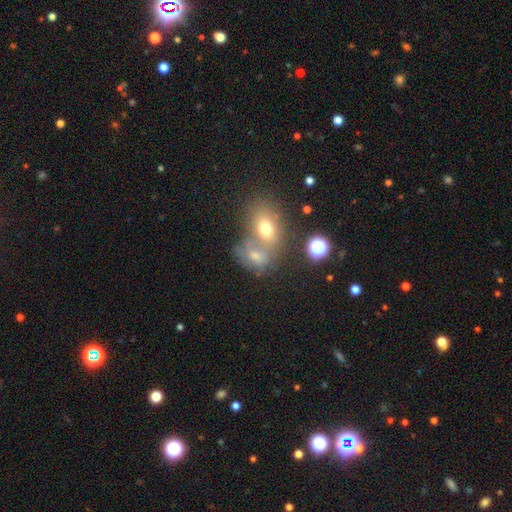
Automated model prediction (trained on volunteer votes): Smooth or featured? smooth (59%)
How rounded? in between (61%)
Merging? merger (52%)